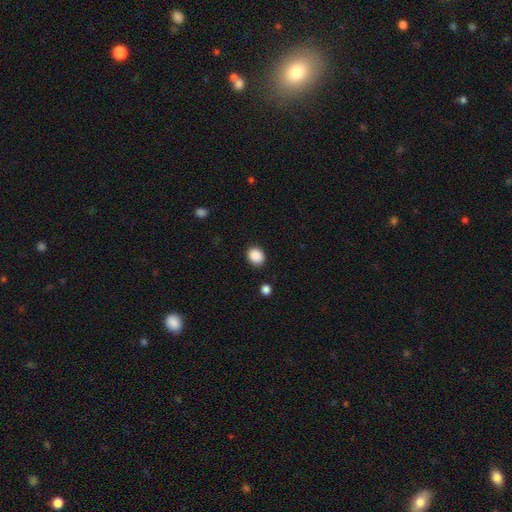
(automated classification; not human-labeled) Smooth or featured: smooth — 89% (star or artifact — 9%)
How rounded: round — 62% (in between — 37%)
Merging: none — 88% (minor disturbance — 8%)